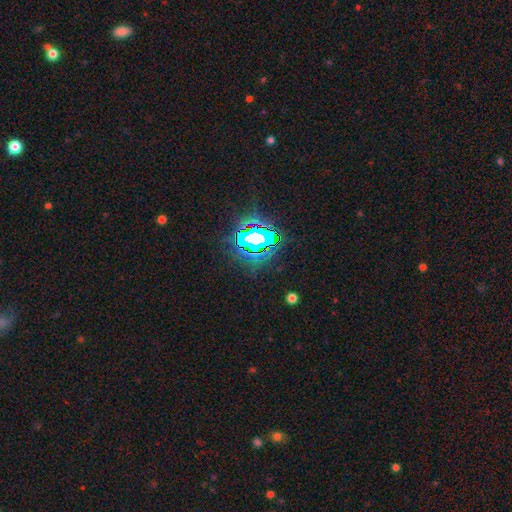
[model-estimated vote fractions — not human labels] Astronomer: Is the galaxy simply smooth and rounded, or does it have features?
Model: star or artifact — 83%.